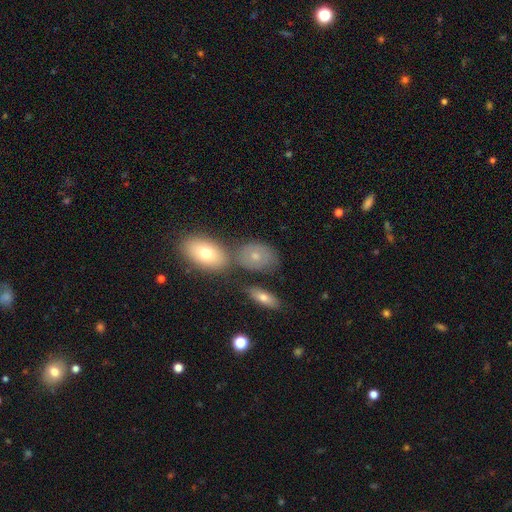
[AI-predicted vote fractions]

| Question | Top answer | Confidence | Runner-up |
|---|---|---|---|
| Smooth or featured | smooth | 64% | featured or disk (26%) |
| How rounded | in between | 72% | round (26%) |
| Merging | none | 57% | merger (21%) |